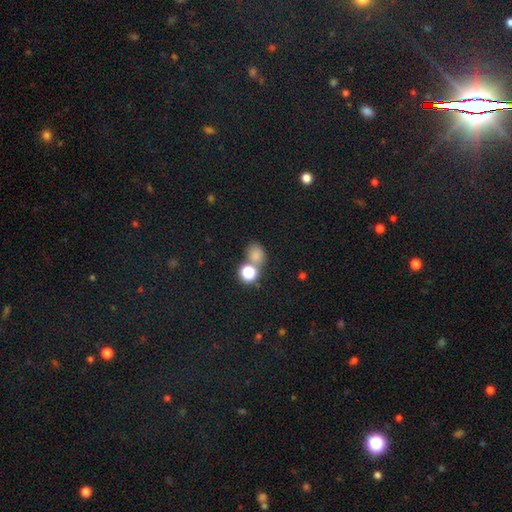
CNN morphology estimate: A smooth galaxy with no disk features (73%) that is round (60%).

Vote fractions:
- Smooth or featured? smooth: 73% / star or artifact: 20% / featured or disk: 7%
- How rounded? round: 60% / in between: 39% / cigar-shaped: 1%
- Merging? none: 52% / merger: 31% / minor disturbance: 11% / major disturbance: 5%